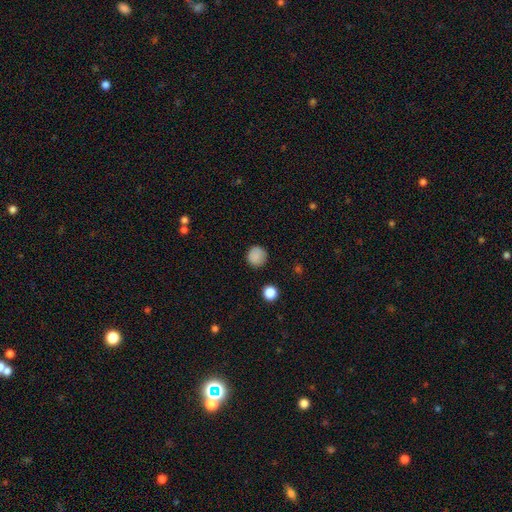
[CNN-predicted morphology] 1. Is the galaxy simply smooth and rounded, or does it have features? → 86% smooth, 10% star or artifact, 4% featured or disk.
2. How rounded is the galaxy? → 94% round, 5% in between, 1% cigar-shaped.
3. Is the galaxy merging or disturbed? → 87% none, 9% minor disturbance, 3% major disturbance, 1% merger.